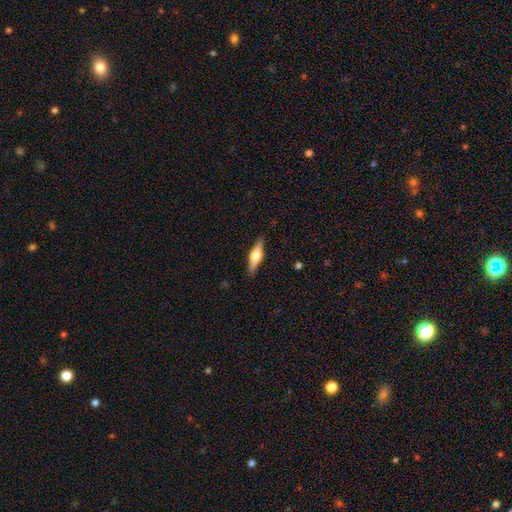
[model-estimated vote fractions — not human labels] Overall: featured or disk (58%; smooth 36%). Edge-on disk: yes (96%). Edge-on bulge: rounded (92%). Merging: none (89%).